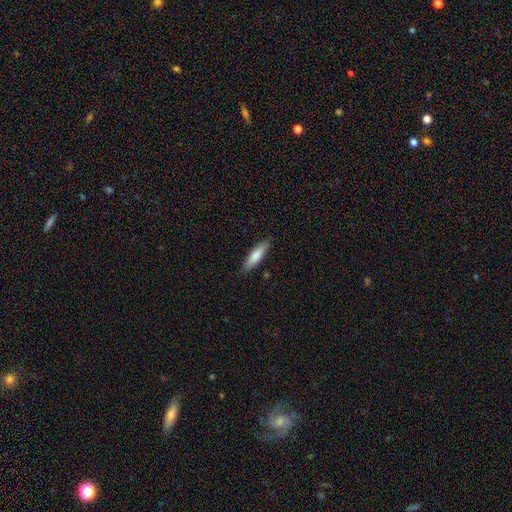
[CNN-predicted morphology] Q: Smooth or featured?
A: smooth (79%); runner-up: featured or disk (16%)
Q: How rounded?
A: cigar-shaped (69%); runner-up: in between (30%)
Q: Merging?
A: none (88%); runner-up: minor disturbance (9%)